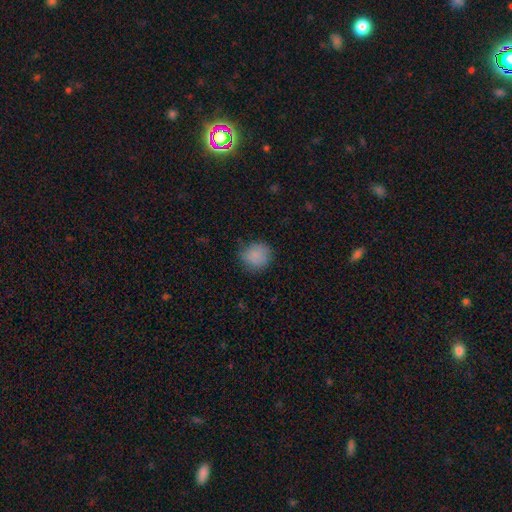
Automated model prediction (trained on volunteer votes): The model was most divided on "merging": none: 77%, minor disturbance: 17%, major disturbance: 4%, merger: 1%. More confident: smooth or featured — smooth (85%); how rounded — round (85%).